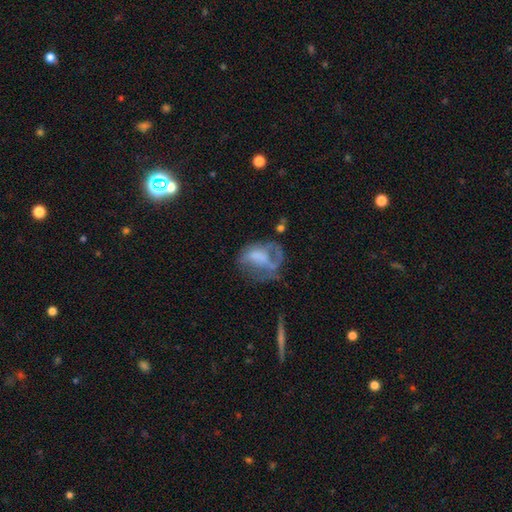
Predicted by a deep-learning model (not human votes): The model was most divided on "merging": none: 36%, major disturbance: 34%, minor disturbance: 23%, merger: 6%. More confident: edge-on disk — no (95%); smooth or featured — featured or disk (51%).